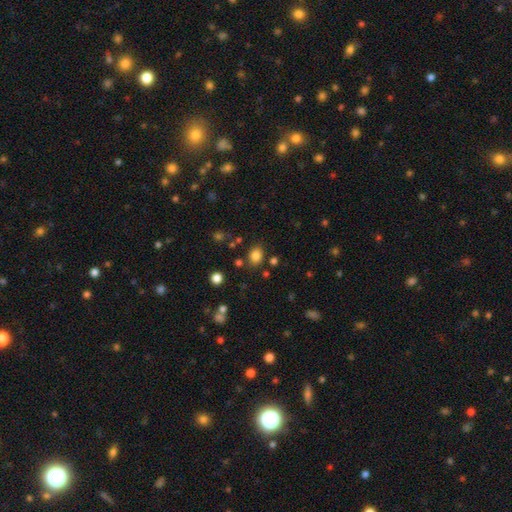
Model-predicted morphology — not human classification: A smooth galaxy with no disk features (82%) that is round (50%). Merging: none (80%).